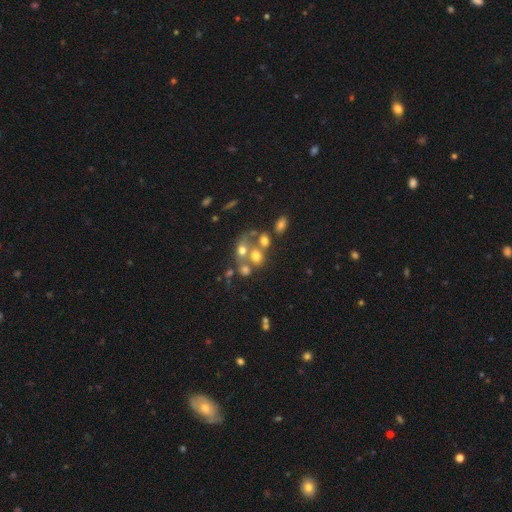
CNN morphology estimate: A smooth galaxy with no disk features (60%) that is round (60%). Merging: merger (48%).